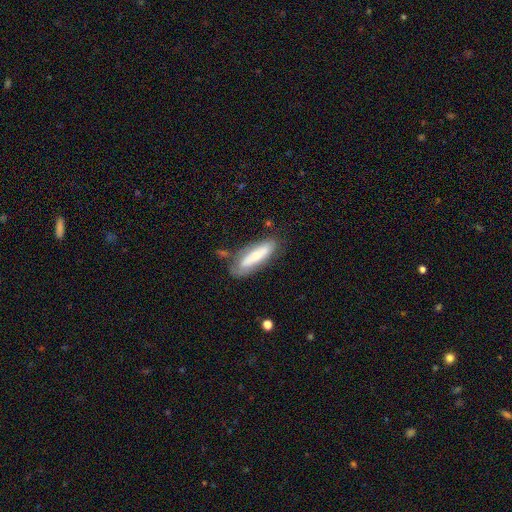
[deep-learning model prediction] smooth 58%, featured or disk 35%, star or artifact 6%. Down the decision tree: how rounded — cigar-shaped (60%); merging — none (67%).